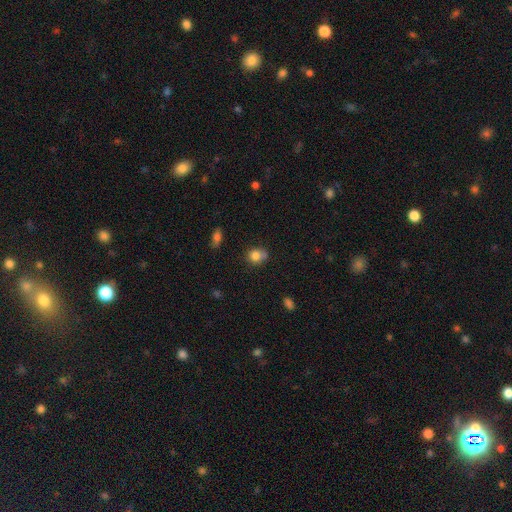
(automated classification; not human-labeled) Smooth or featured: smooth — 80% (star or artifact — 11%)
How rounded: round — 69% (in between — 30%)
Merging: none — 53% (minor disturbance — 24%)